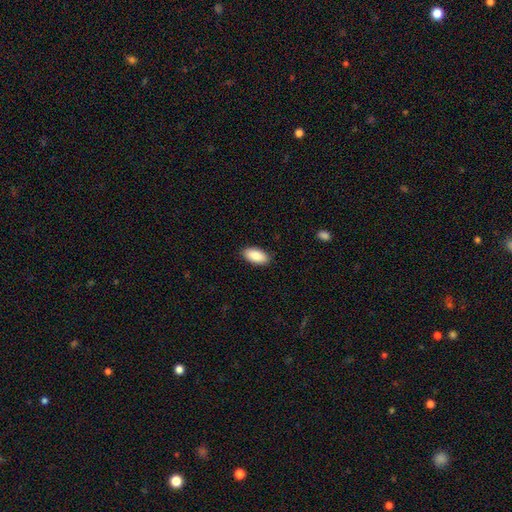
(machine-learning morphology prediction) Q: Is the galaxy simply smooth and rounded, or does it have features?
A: smooth — 87%.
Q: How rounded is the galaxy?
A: in between — 94%.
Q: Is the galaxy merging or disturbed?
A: none — 89%.